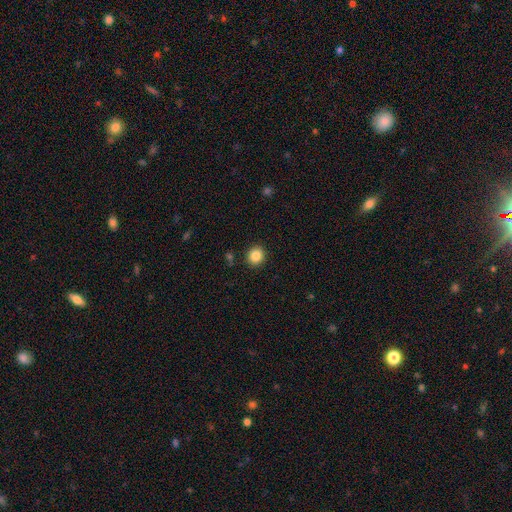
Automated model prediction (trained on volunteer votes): A smooth galaxy with no disk features (86%) that is round (87%). Merging: none (91%).